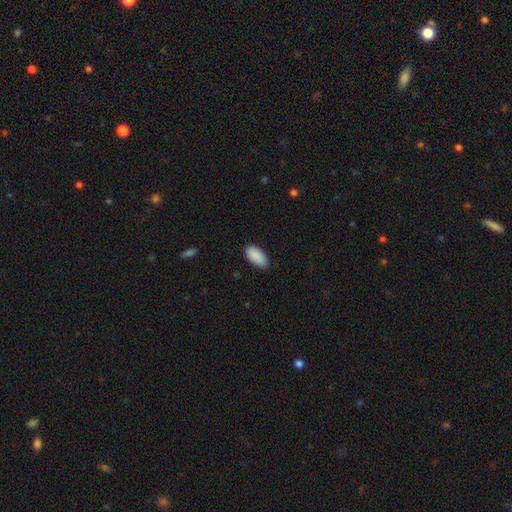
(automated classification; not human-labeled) smooth-or-featured: smooth: 90% | star or artifact: 6% | featured or disk: 3%
  how-rounded: in between: 94% | cigar-shaped: 4% | round: 2%
  merging: none: 85% | minor disturbance: 11% | major disturbance: 2% | merger: 1%